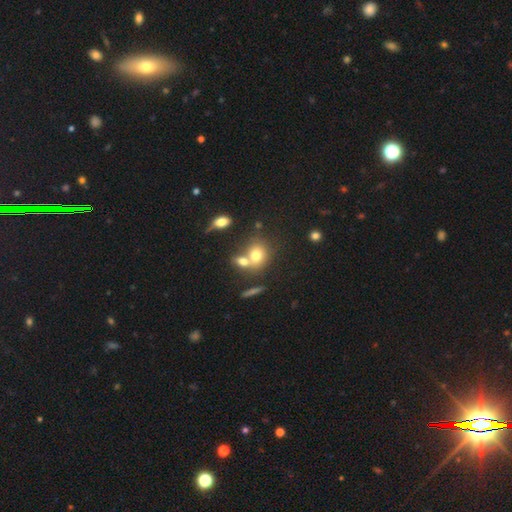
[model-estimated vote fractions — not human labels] Overall: smooth (71%). How rounded: round (60%; in between 38%). Merging: merger (45%; none 40%).